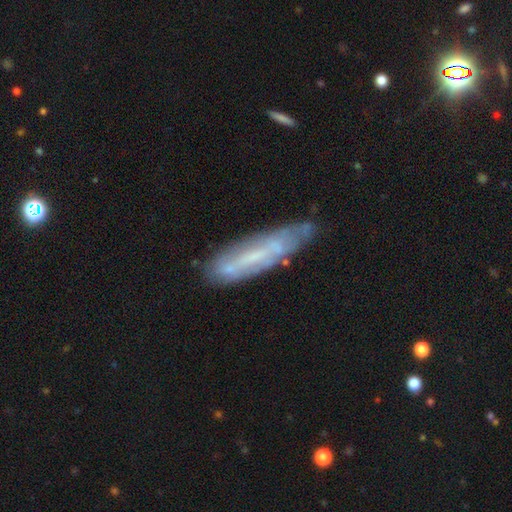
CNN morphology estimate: The model was most divided on "smooth or featured": featured or disk: 57%, smooth: 36%, star or artifact: 8%. More confident: merging — none (62%); edge-on disk — no (61%).